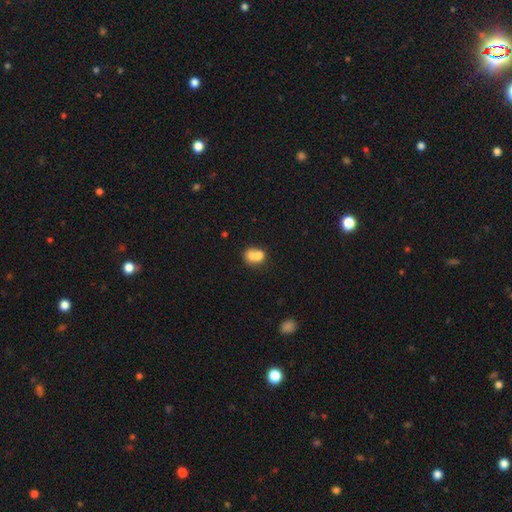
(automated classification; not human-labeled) Smooth or featured? smooth (69%)
How rounded? round (62%)
Merging? merger (66%)